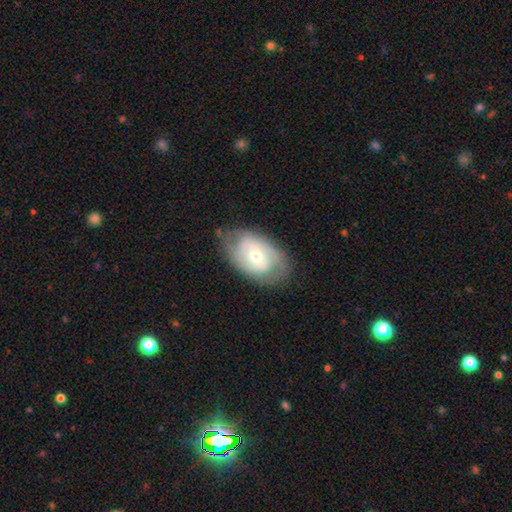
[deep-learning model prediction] The model was most divided on "bulge size": moderate: 54%, small: 41%, large: 3%, none: 1%, dominant: 1%. More confident: edge-on disk — no (95%); spiral arms — yes (85%); merging — none (73%); smooth or featured — featured or disk (73%); bar — no (58%); spiral winding — tight (53%); spiral arm count — 2 (52%).